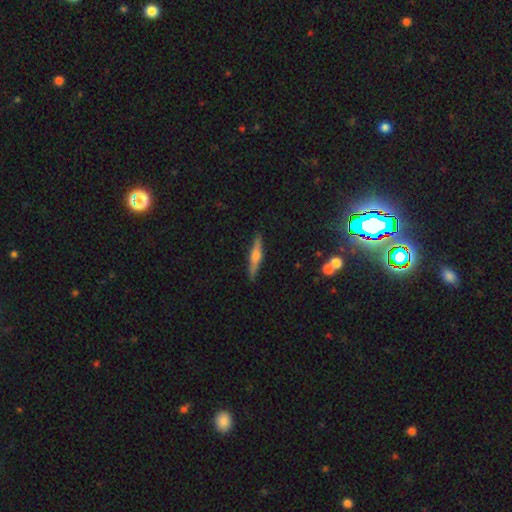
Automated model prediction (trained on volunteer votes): featured or disk 55%, smooth 38%, star or artifact 7%. Down the decision tree: edge-on disk — yes (96%); edge-on bulge — rounded (85%); merging — none (89%).